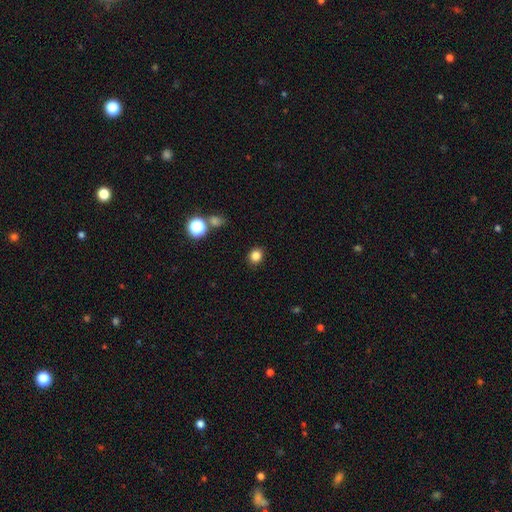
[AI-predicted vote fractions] A smooth galaxy with no disk features (83%) that is round (70%).

Vote fractions:
- Smooth or featured? smooth: 83% / star or artifact: 12% / featured or disk: 4%
- How rounded? round: 70% / in between: 29% / cigar-shaped: 1%
- Merging? none: 88% / minor disturbance: 8% / major disturbance: 2% / merger: 2%